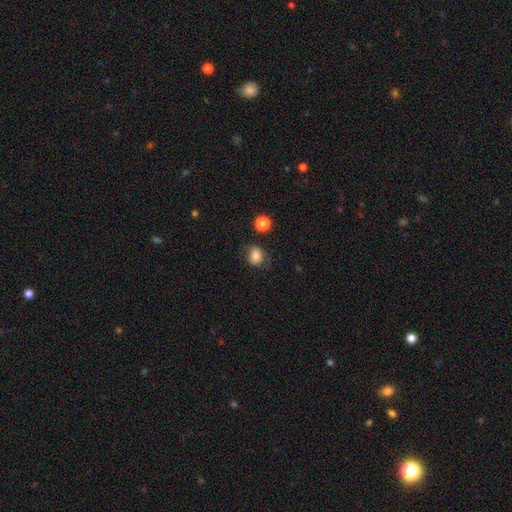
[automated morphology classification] Q: Smooth or featured?
A: smooth (82%); runner-up: star or artifact (11%)
Q: How rounded?
A: round (59%); runner-up: in between (40%)
Q: Merging?
A: none (75%); runner-up: minor disturbance (16%)